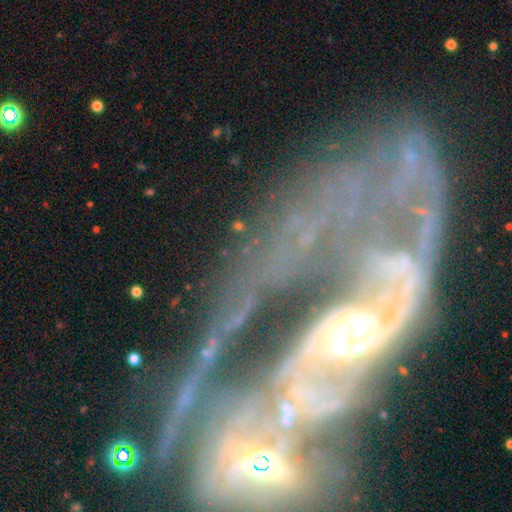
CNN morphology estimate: Smooth or featured? featured or disk (78%)
Edge-on disk? no (89%)
Bar? strong (38%)
Spiral arms? yes (86%)
Spiral winding? medium (37%)
Spiral arm count? 2 (46%)
Bulge size? moderate (54%)
Merging? none (36%)